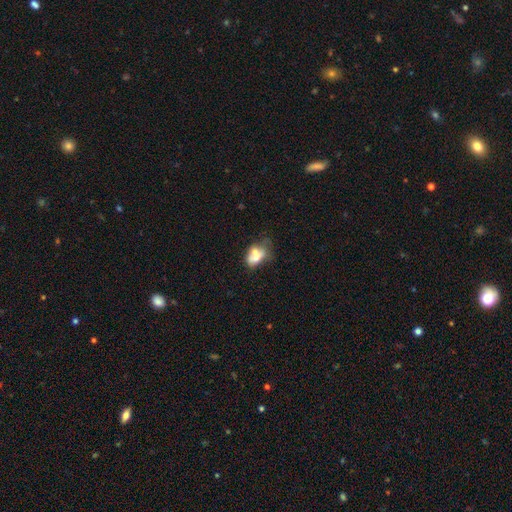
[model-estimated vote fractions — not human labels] The model was most divided on "smooth or featured": smooth: 55%, featured or disk: 34%, star or artifact: 11%. Remaining: how rounded — in between (74%); merging — merger (49%).